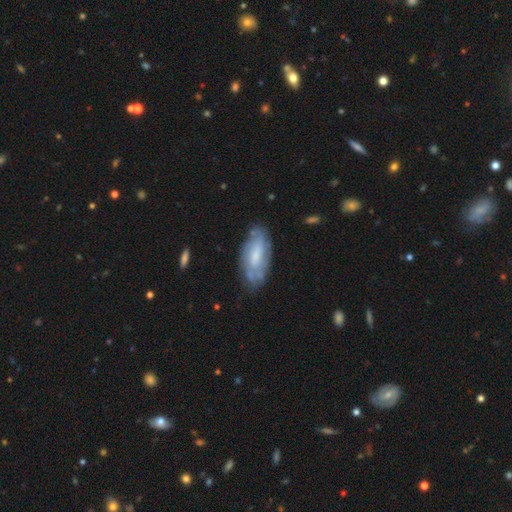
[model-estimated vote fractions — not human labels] Smooth or featured: featured or disk — 61% (smooth — 33%)
Edge-on disk: no — 90% (yes — 10%)
Bar: no — 45% (weak — 44%)
Spiral arms: yes — 75% (no — 25%)
Bulge size: moderate — 39% (small — 36%)
Merging: none — 70% (minor disturbance — 21%)